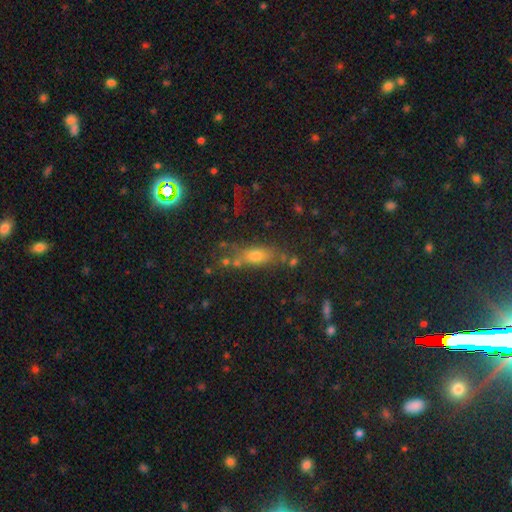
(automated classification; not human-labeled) smooth_or_featured: smooth (p=0.65) [alt: star or artifact p=0.18]
how_rounded: in between (p=0.67) [alt: cigar-shaped p=0.23]
merging: none (p=0.63) [alt: minor disturbance p=0.17]